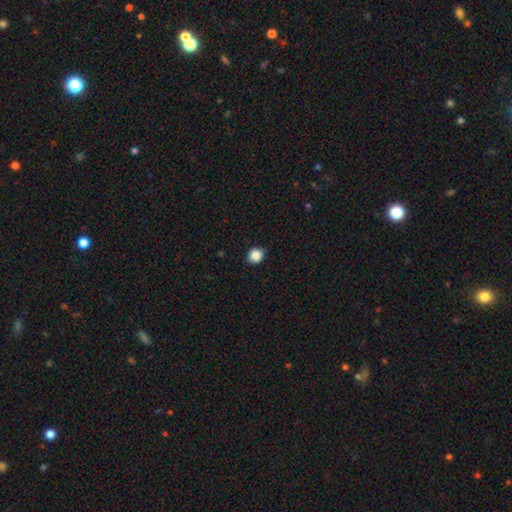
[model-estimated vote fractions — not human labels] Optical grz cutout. It shows a smooth galaxy with no disk features (85%) that is round (77%). Merging: none (87%).